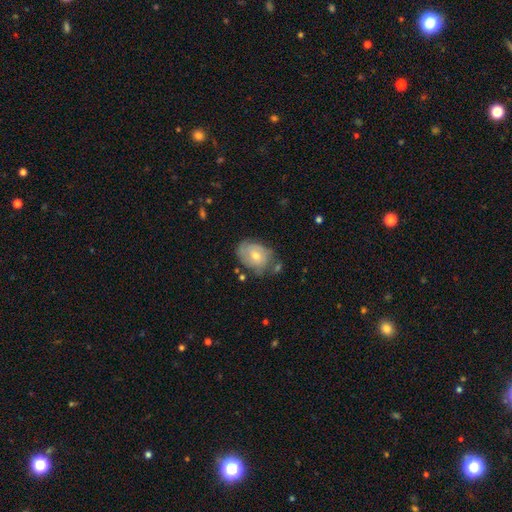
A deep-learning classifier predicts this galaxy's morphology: This is possibly a featured or disk galaxy (52%). It is clearly not viewed edge-on (96%). Merging: likely none (61%).